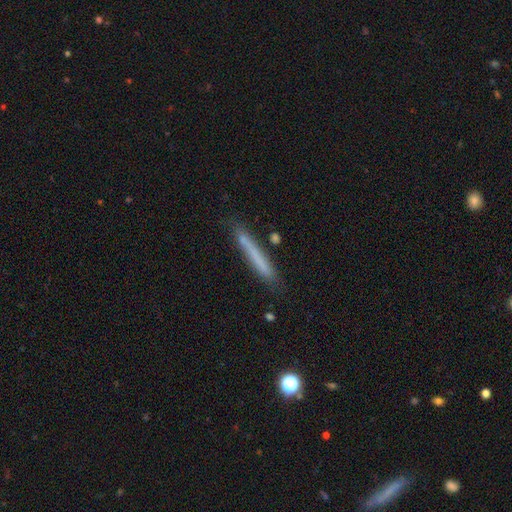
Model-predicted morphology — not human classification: The model was most divided on "smooth or featured": smooth: 65%, featured or disk: 27%, star or artifact: 8%. More confident: how rounded — cigar-shaped (96%); merging — none (80%).